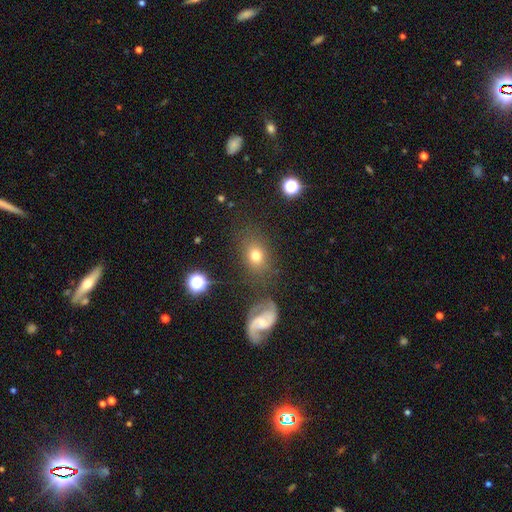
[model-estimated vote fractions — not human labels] smooth 67%, featured or disk 18%, star or artifact 15%. Down the decision tree: how rounded — in between (57%); merging — none (71%).